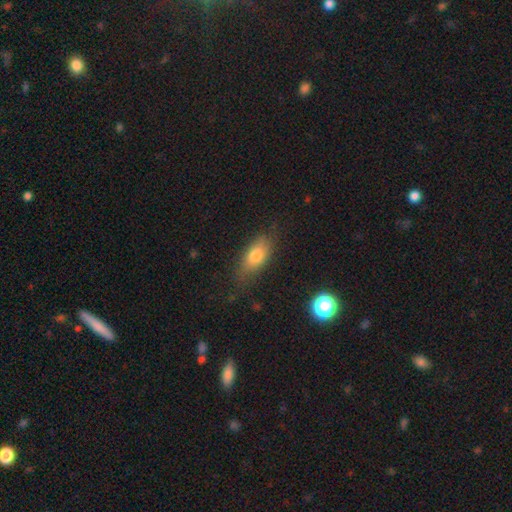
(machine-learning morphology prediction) The model was most divided on "merging": none: 73%, minor disturbance: 19%, major disturbance: 6%, merger: 2%. More confident: how rounded — in between (81%); smooth or featured — smooth (76%).